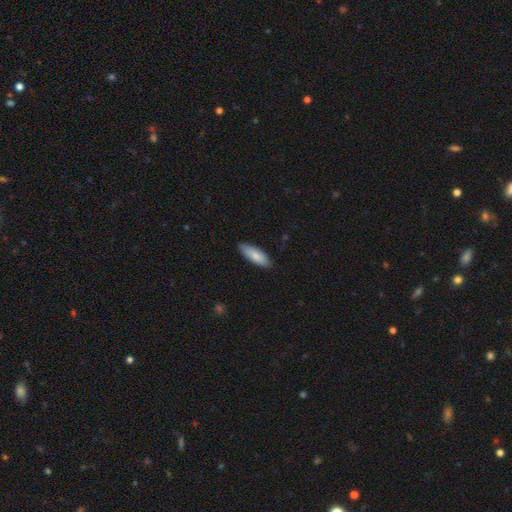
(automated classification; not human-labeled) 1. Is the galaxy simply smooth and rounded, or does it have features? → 81% smooth, 13% featured or disk, 5% star or artifact.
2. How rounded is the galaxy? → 60% in between, 38% cigar-shaped, 2% round.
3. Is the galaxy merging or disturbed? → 87% none, 11% minor disturbance, 2% major disturbance, 1% merger.